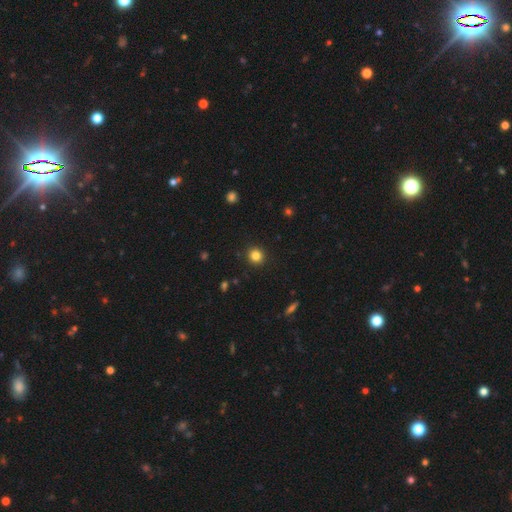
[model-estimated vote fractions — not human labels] A smooth galaxy with no disk features (83%) that is round (92%).

Vote fractions:
- Smooth or featured? smooth: 83% / star or artifact: 12% / featured or disk: 5%
- How rounded? round: 92% / in between: 7% / cigar-shaped: 1%
- Merging? none: 92% / minor disturbance: 5% / major disturbance: 2% / merger: 1%